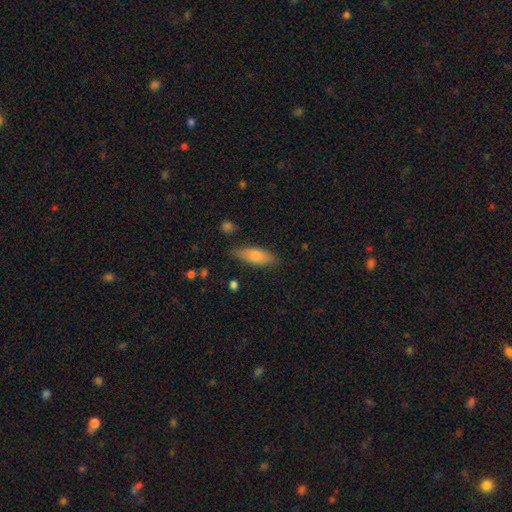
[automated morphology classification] This is clearly a smooth galaxy (80%). How rounded: likely in between (63%). Merging: likely none (76%).